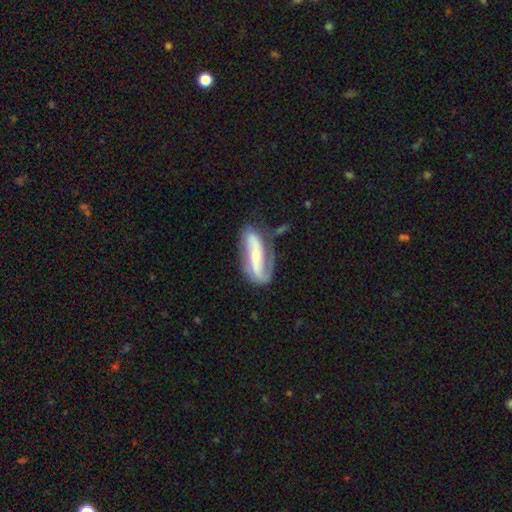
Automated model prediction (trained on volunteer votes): Smooth or featured? featured or disk (77%)
Edge-on disk? no (88%)
Bar? strong (56%)
Spiral arms? yes (90%)
Spiral winding? loose (40%)
Spiral arm count? 2 (78%)
Bulge size? small (56%)
Merging? none (58%)